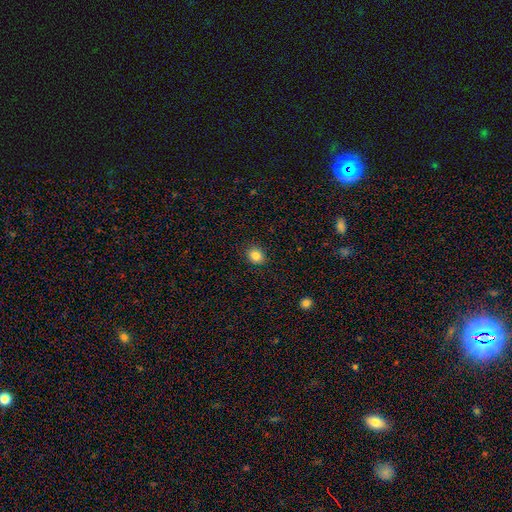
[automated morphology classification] The model was most divided on "how rounded": round: 59%, in between: 40%, cigar-shaped: 1%. More confident: merging — none (89%); smooth or featured — smooth (85%).